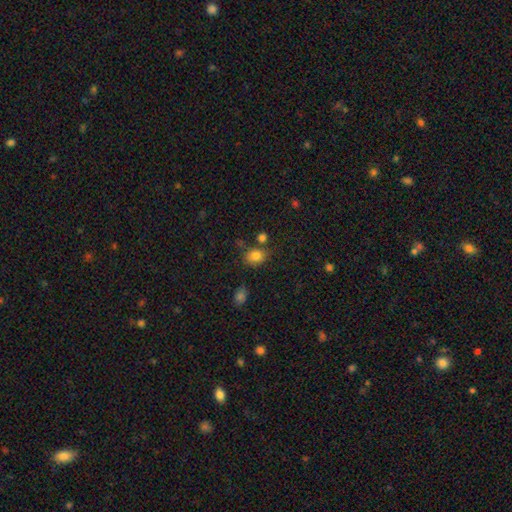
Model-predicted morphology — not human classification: Smooth or featured: smooth — 82% (star or artifact — 11%)
How rounded: in between — 55% (round — 44%)
Merging: none — 68% (minor disturbance — 16%)